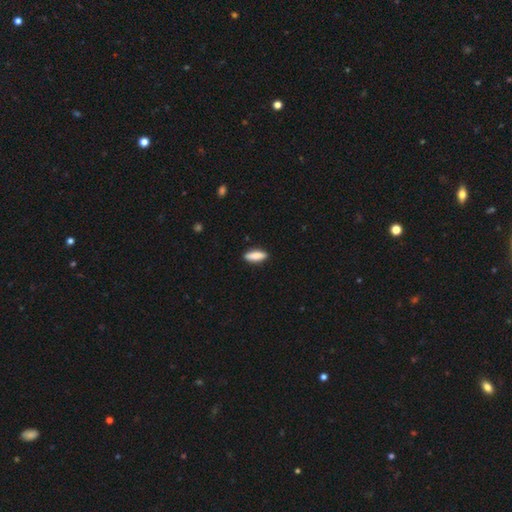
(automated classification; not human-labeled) This is clearly a smooth galaxy (83%). How rounded: possibly in between (56%). Merging: clearly none (89%).